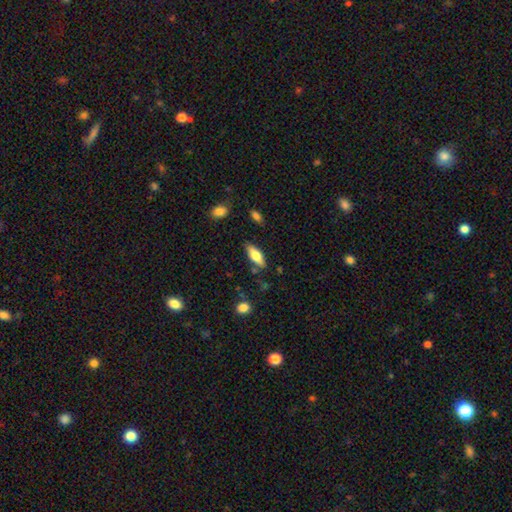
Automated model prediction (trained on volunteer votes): smooth 62%, featured or disk 32%, star or artifact 6%. Down the decision tree: how rounded — in between (65%); merging — none (80%).